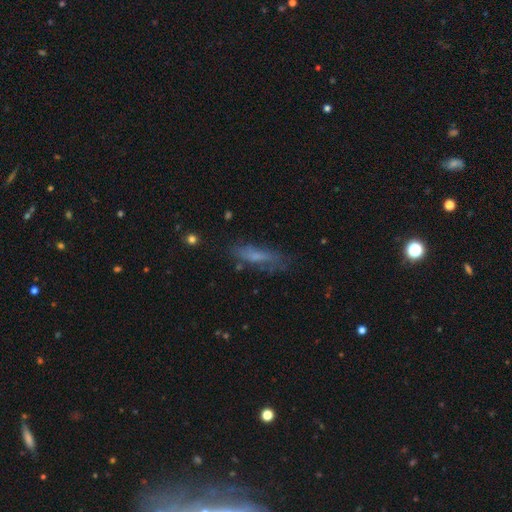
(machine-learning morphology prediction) The model was most divided on "how rounded": cigar-shaped: 60%, in between: 38%, round: 2%. More confident: merging — none (62%); smooth or featured — smooth (57%).